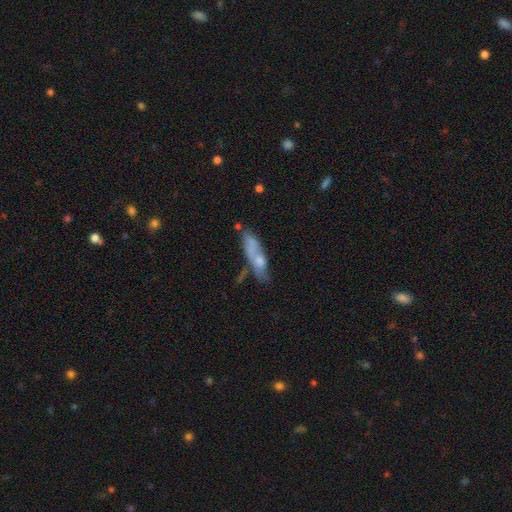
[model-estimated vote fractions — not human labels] Smooth or featured: smooth — 49% (featured or disk — 41%)
Merging: none — 45% (minor disturbance — 24%)